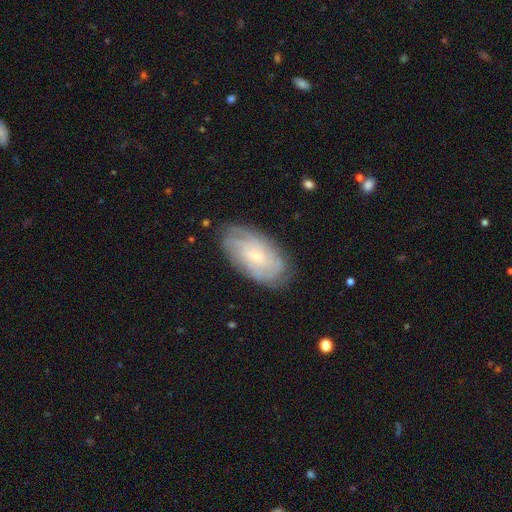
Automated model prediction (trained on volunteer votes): Smooth or featured? Predicted: featured or disk (p=0.66). Edge-on disk? Predicted: no (p=0.93). Bar? Predicted: no (p=0.71). Spiral arms? Predicted: yes (p=0.89). Spiral winding? Predicted: tight (p=0.70). Spiral arm count? Predicted: can't tell (p=0.55). Bulge size? Predicted: small (p=0.73). Merging? Predicted: none (p=0.79).